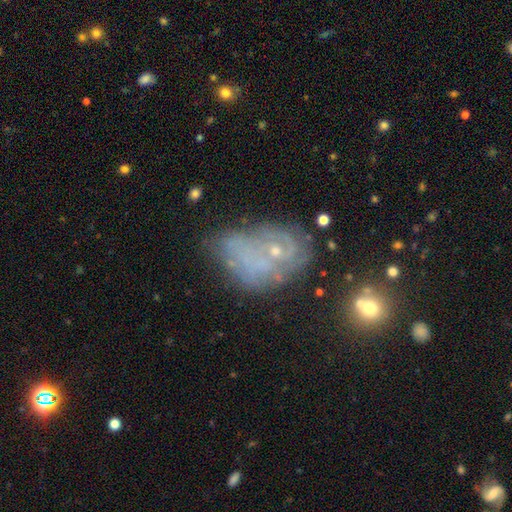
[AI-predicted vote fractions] smooth_or_featured: featured or disk (p=0.48) [alt: smooth p=0.28]
merging: none (p=0.41) [alt: minor disturbance p=0.25]